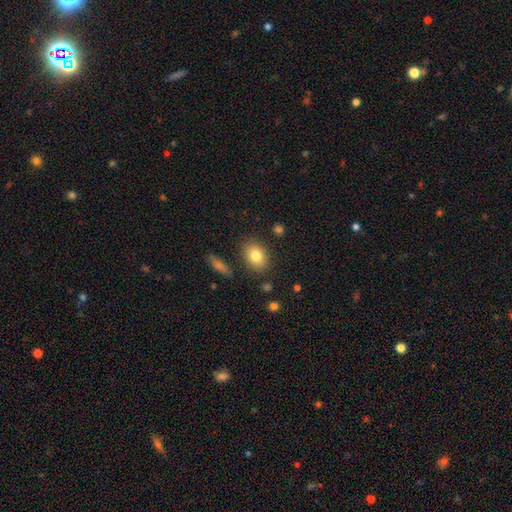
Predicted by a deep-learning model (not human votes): Morphology: type=smooth (82%); roundness=in between (70%); merging=none (84%).